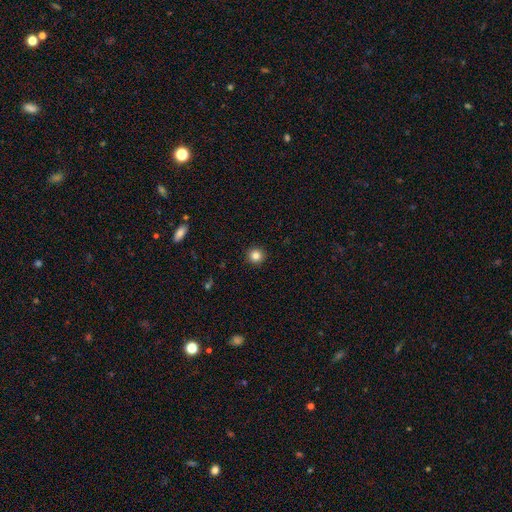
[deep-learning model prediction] Morphology: type=smooth (83%); roundness=round (94%); merging=none (93%).